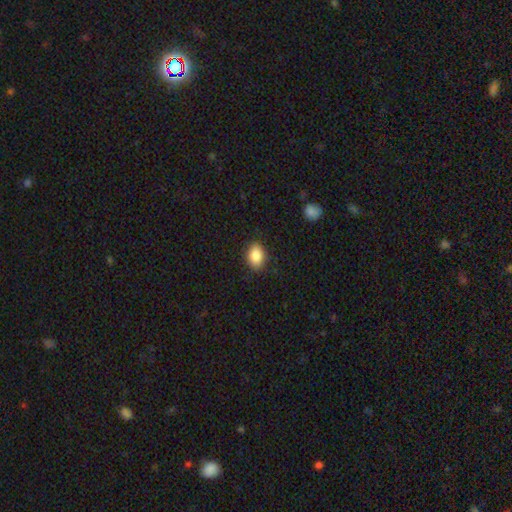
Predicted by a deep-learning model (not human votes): A smooth galaxy with no disk features (88%) that is in between round and cigar-shaped (81%).

Vote fractions:
- Smooth or featured? smooth: 88% / star or artifact: 8% / featured or disk: 4%
- How rounded? in between: 81% / round: 18% / cigar-shaped: 1%
- Merging? none: 86% / minor disturbance: 10% / major disturbance: 2% / merger: 1%